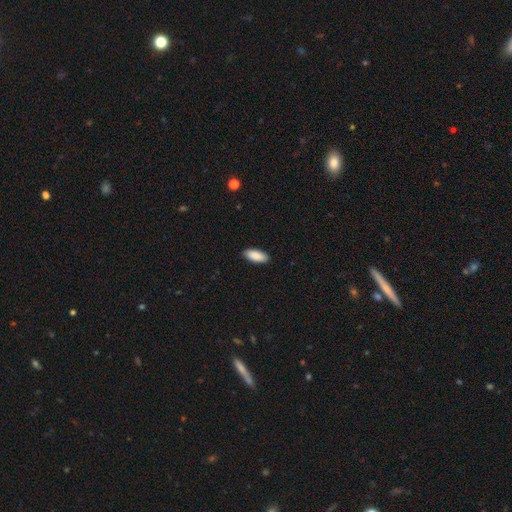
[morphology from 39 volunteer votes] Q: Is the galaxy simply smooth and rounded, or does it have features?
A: smooth — 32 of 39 (82%).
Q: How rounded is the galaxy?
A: in between — 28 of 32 (88%).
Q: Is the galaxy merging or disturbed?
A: none — 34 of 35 (97%).